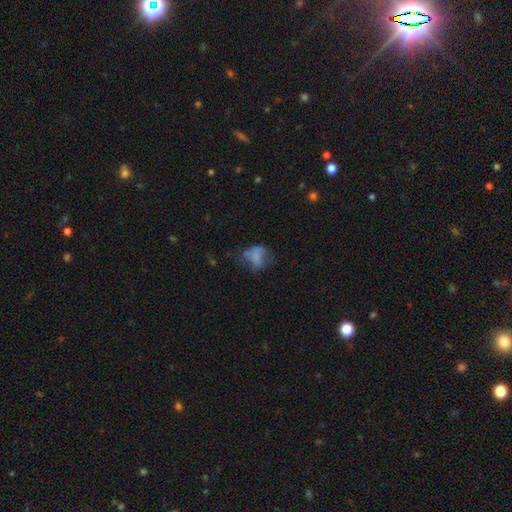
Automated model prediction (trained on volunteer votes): A smooth galaxy with no disk features (56%) that is in between round and cigar-shaped (60%). Merging: major disturbance (35%).